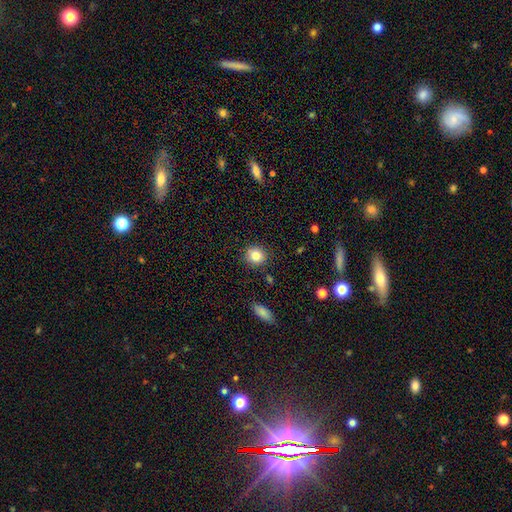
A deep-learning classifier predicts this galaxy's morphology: Q: Smooth or featured?
A: smooth (82%); runner-up: star or artifact (10%)
Q: How rounded?
A: round (85%); runner-up: in between (13%)
Q: Merging?
A: none (88%); runner-up: minor disturbance (8%)